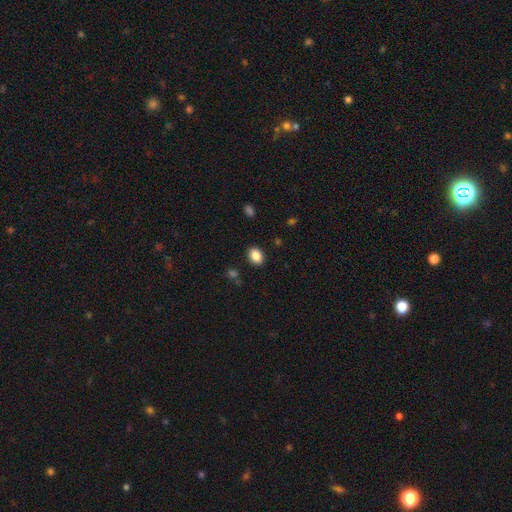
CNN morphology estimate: This is clearly a smooth galaxy (87%). How rounded: likely in between (75%). Merging: clearly none (88%).